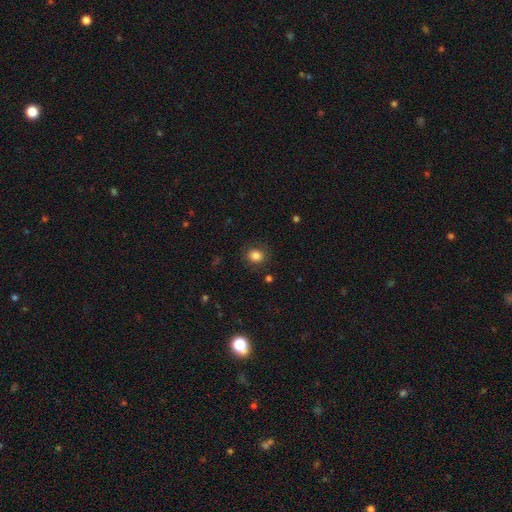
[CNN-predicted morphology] The model was most divided on "how rounded": round: 67%, in between: 32%, cigar-shaped: 1%. More confident: merging — none (85%); smooth or featured — smooth (84%).